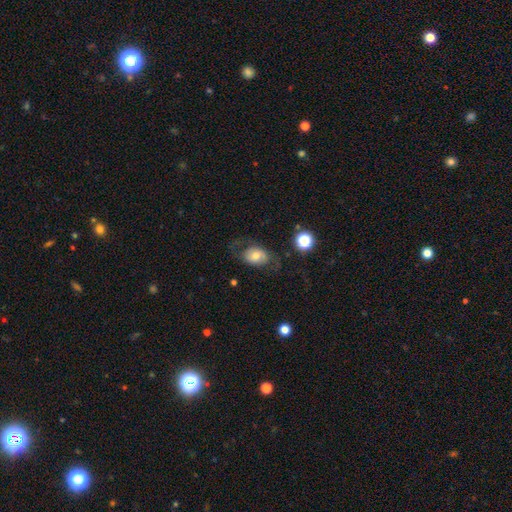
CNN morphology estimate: This appears to be a smooth galaxy with no disk features (58%) that is in between round and cigar-shaped (72%). Merging: none (55%).